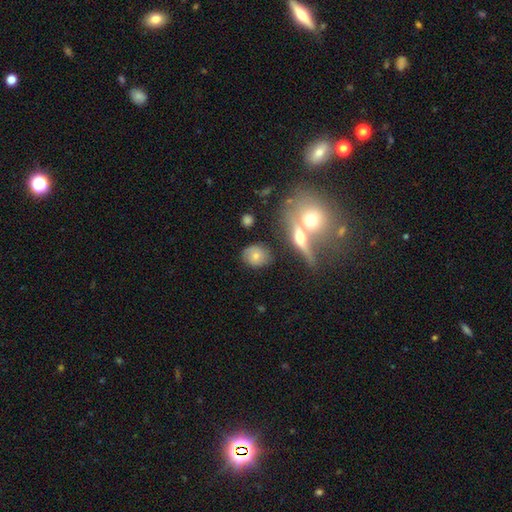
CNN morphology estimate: The model was most divided on "how rounded": round: 62%, in between: 35%, cigar-shaped: 3%. More confident: merging — none (73%); smooth or featured — smooth (62%).